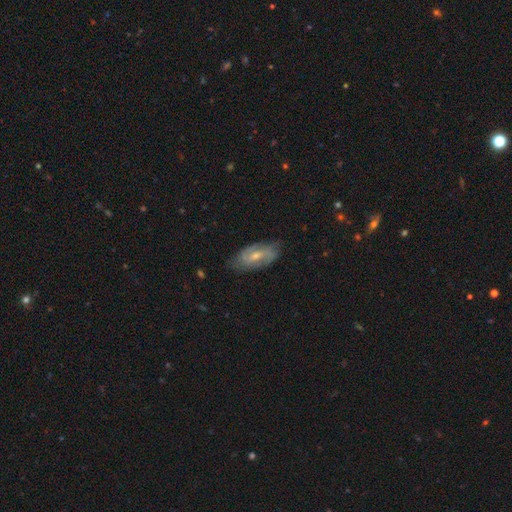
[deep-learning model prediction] Morphology: type=featured or disk (69%); edge-on=no (92%); bar=weak (53%); spiral arms=yes (86%); winding=medium (44%); arm count=2 (75%); bulge=moderate (51%); merging=none (73%).